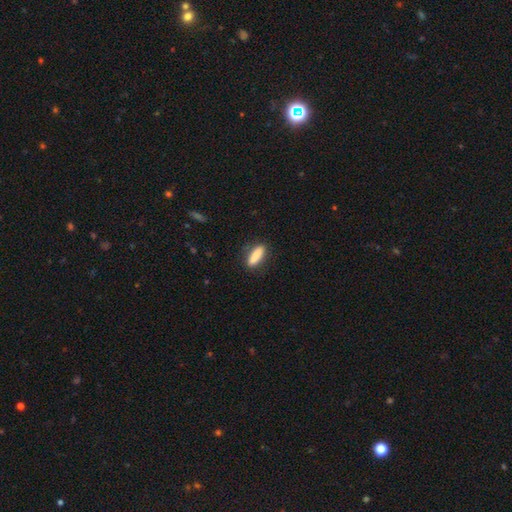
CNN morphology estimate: Overall: smooth (84%). How rounded: cigar-shaped (65%; in between 33%). Merging: none (85%).